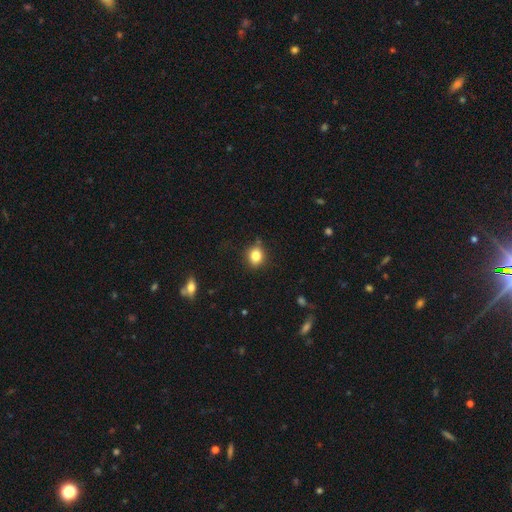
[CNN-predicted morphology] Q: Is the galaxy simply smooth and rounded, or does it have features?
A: smooth — 82%.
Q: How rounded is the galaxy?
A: round — 63%.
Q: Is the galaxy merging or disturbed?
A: none — 82%.